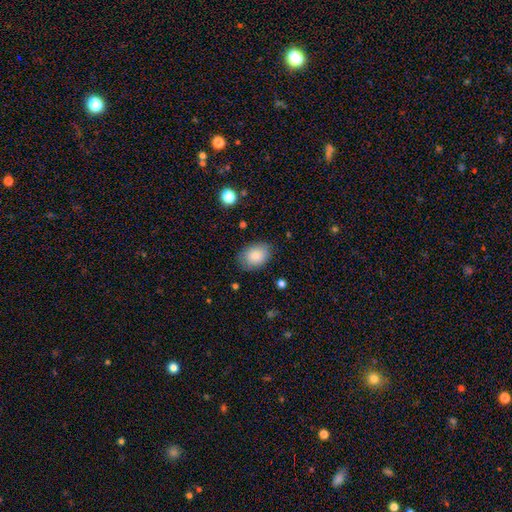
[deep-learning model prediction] Smooth or featured: smooth — 83% (featured or disk — 9%)
How rounded: in between — 77% (round — 22%)
Merging: none — 80% (minor disturbance — 15%)